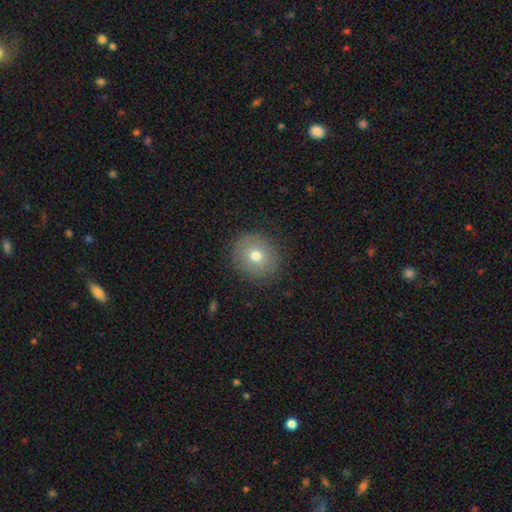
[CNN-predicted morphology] A smooth galaxy with no disk features (69%) that is round (83%). Merging: none (87%).